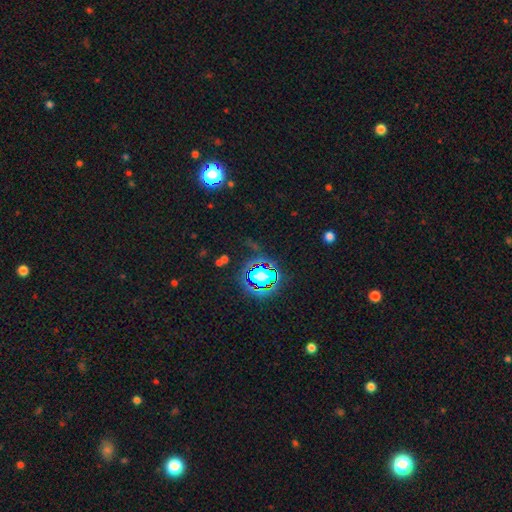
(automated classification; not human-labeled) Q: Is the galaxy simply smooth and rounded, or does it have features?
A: star or artifact — 81%.